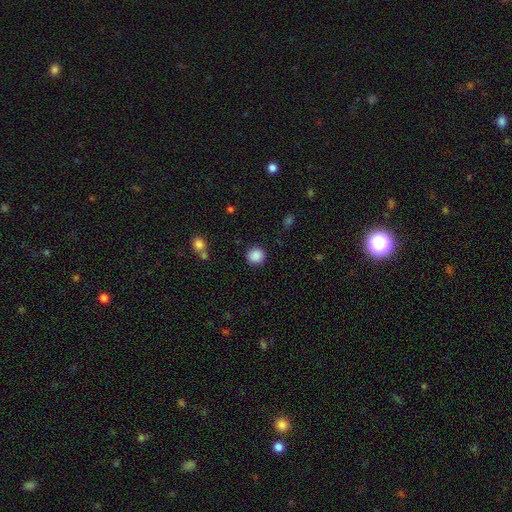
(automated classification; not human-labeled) Q: Smooth or featured?
A: smooth (88%); runner-up: star or artifact (9%)
Q: How rounded?
A: round (89%); runner-up: in between (10%)
Q: Merging?
A: none (88%); runner-up: minor disturbance (7%)